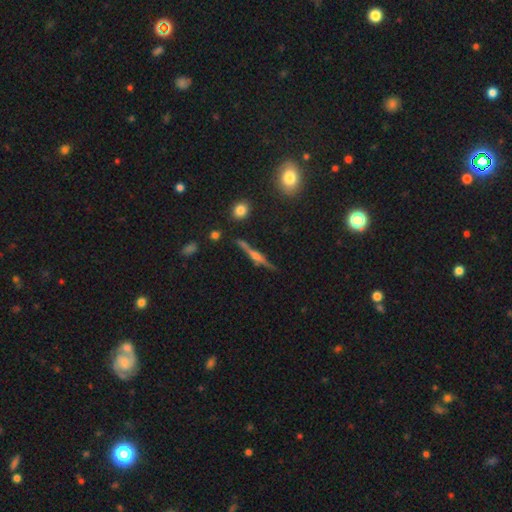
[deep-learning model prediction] This is likely a featured or disk galaxy (75%). It is clearly viewed edge-on (97%). Edge-on bulge: clearly rounded (83%). Merging: clearly none (85%).